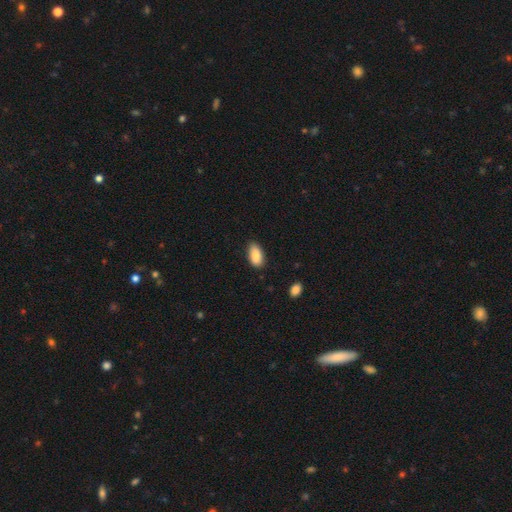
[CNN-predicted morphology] smooth 88%, star or artifact 7%, featured or disk 6%. Down the decision tree: how rounded — in between (93%); merging — none (83%).